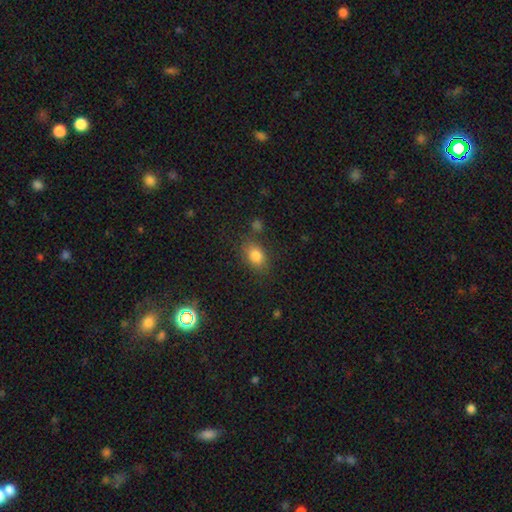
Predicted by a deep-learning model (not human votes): This is clearly a smooth galaxy (81%). How rounded: likely in between (75%). Merging: likely none (76%).